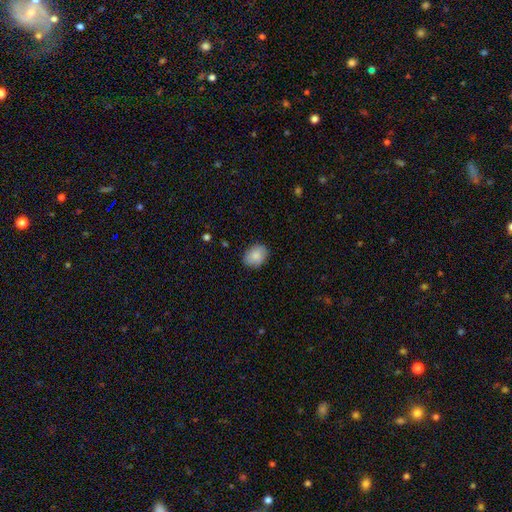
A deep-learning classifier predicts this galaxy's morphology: smooth-or-featured: smooth: 86% | featured or disk: 7% | star or artifact: 7%
  how-rounded: in between: 69% | round: 30% | cigar-shaped: 1%
  merging: none: 85% | minor disturbance: 11% | major disturbance: 2% | merger: 1%